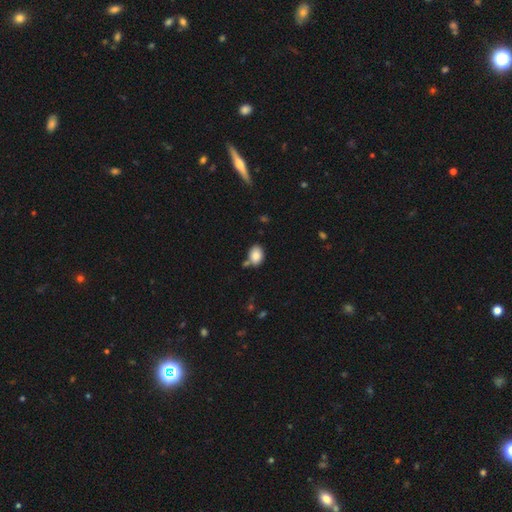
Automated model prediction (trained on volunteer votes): Morphology: type=smooth (86%); roundness=in between (75%); merging=none (67%).